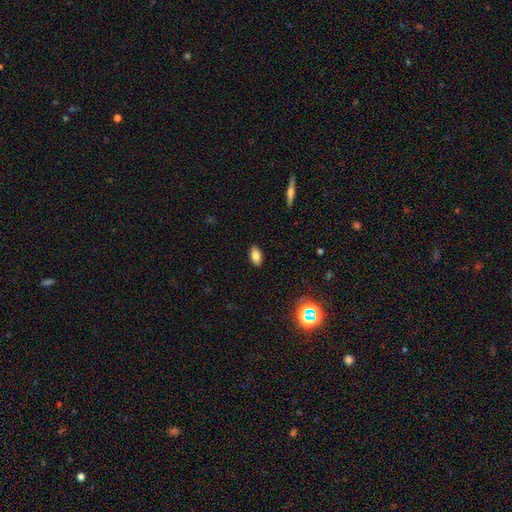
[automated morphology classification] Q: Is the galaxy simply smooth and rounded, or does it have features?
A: smooth — 80%.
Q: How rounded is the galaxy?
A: in between — 91%.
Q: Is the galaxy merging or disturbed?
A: none — 89%.